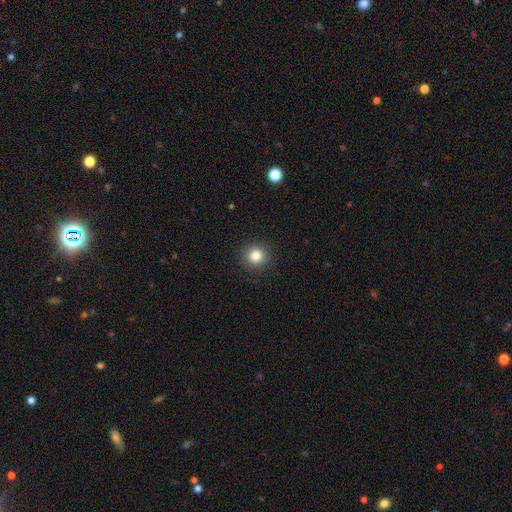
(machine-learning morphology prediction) smooth_or_featured: smooth (p=0.83) [alt: star or artifact p=0.12]
how_rounded: round (p=0.94) [alt: in between p=0.05]
merging: none (p=0.91) [alt: minor disturbance p=0.06]